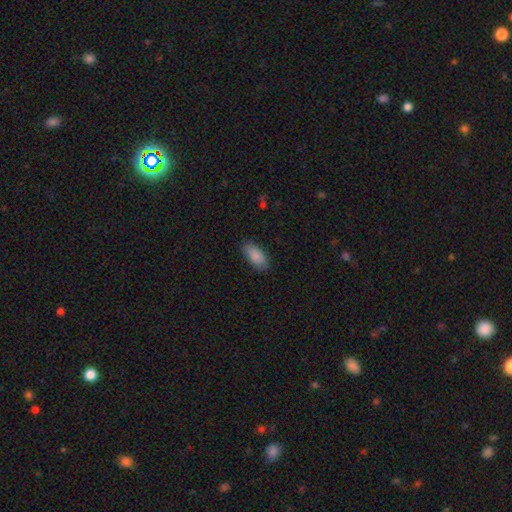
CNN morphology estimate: Smooth or featured? Predicted: smooth (p=0.88). How rounded? Predicted: in between (p=0.88). Merging? Predicted: none (p=0.82).